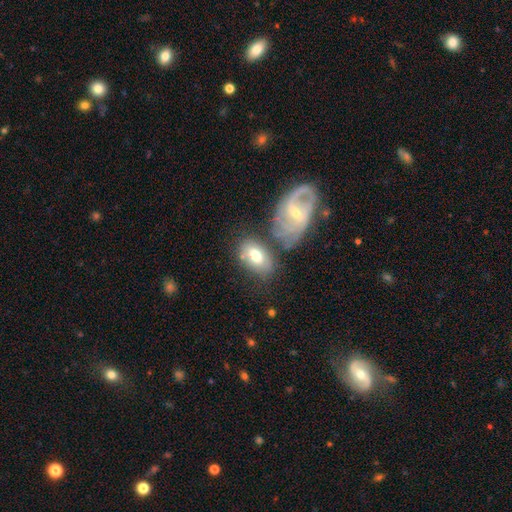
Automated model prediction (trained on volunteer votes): Smooth or featured? Predicted: smooth (p=0.60). How rounded? Predicted: in between (p=0.89). Merging? Predicted: none (p=0.50).